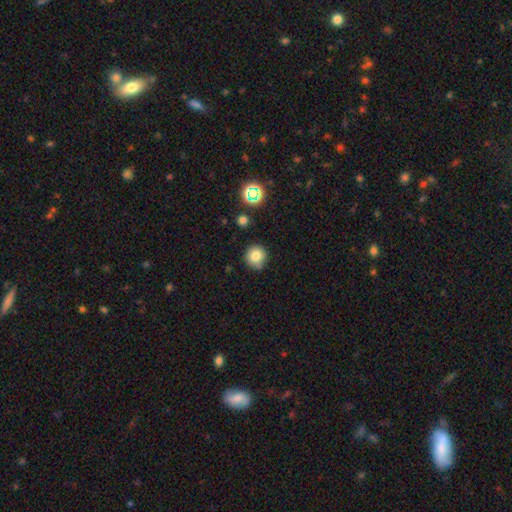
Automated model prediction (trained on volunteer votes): A smooth galaxy with no disk features (80%) that is round (94%). Merging: none (81%).